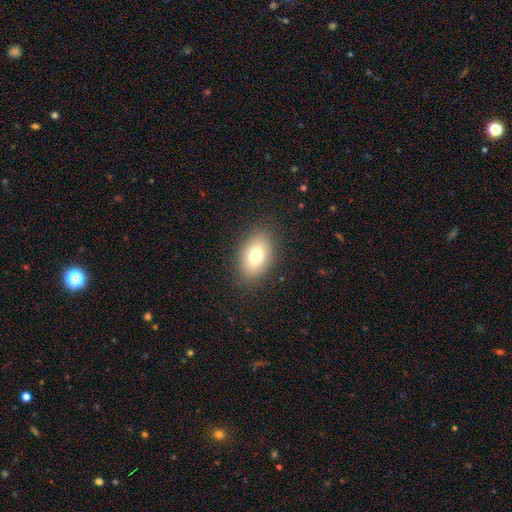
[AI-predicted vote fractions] A smooth galaxy with no disk features (75%) that is in between round and cigar-shaped (84%). Merging: none (86%).